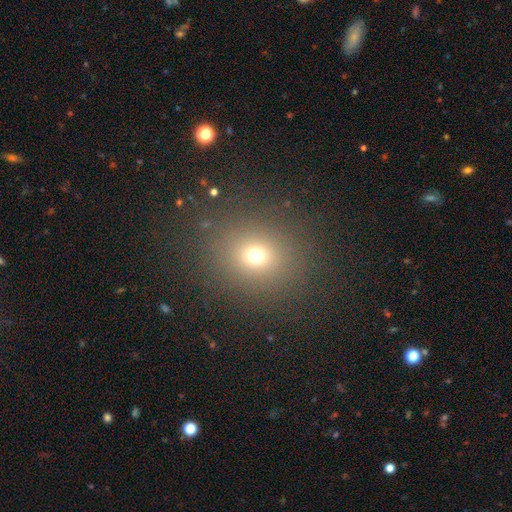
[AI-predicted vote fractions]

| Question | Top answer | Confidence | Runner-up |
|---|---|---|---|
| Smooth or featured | smooth | 69% | star or artifact (23%) |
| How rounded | round | 76% | in between (23%) |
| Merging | none | 85% | minor disturbance (8%) |